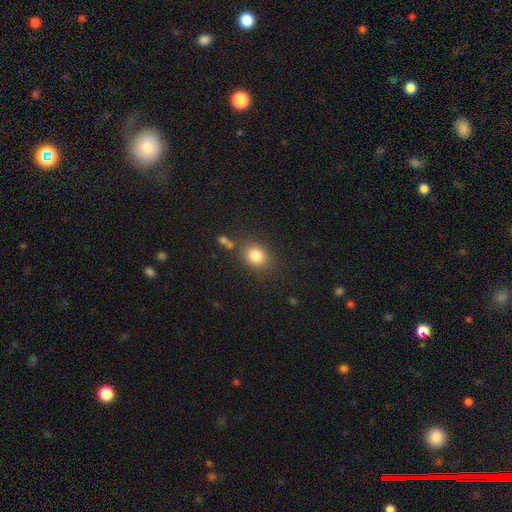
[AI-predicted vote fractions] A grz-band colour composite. It shows a smooth galaxy with no disk features (83%) that is round (54%). Merging: none (77%).